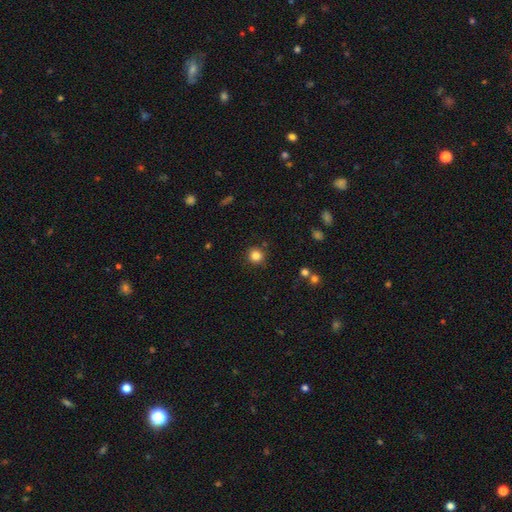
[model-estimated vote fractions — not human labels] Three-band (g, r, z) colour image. It shows a smooth galaxy with no disk features (84%) that is round (93%). Merging: none (88%).